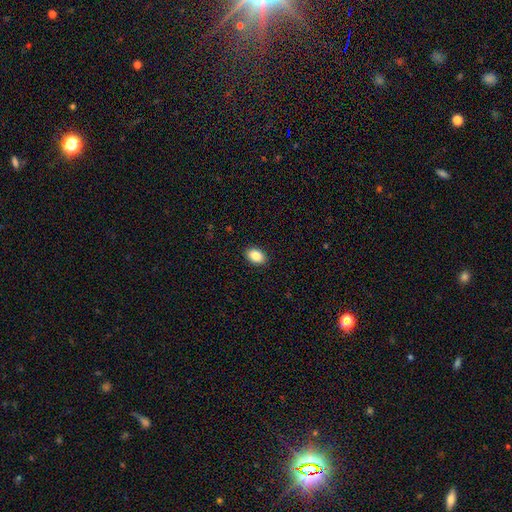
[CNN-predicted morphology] This appears to be a smooth galaxy with no disk features (86%) that is in between round and cigar-shaped (86%). Merging: none (90%).